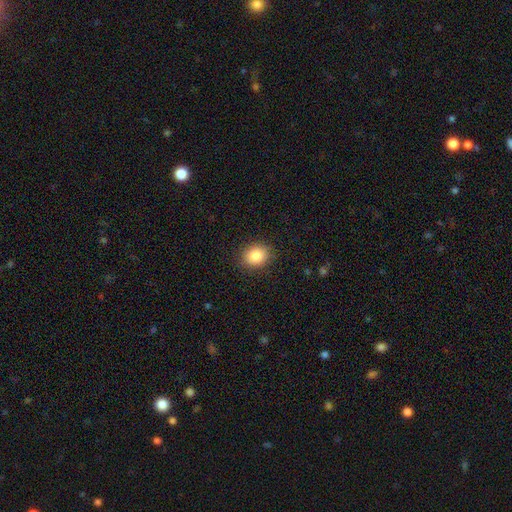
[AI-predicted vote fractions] smooth-or-featured: smooth: 84% | star or artifact: 9% | featured or disk: 7%
  how-rounded: round: 61% | in between: 38% | cigar-shaped: 1%
  merging: none: 89% | minor disturbance: 8% | major disturbance: 2% | merger: 1%